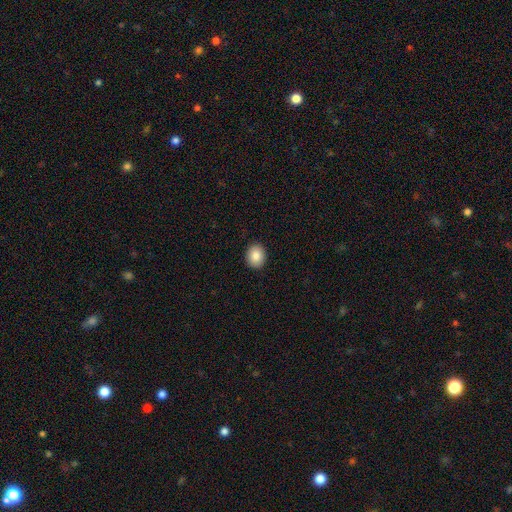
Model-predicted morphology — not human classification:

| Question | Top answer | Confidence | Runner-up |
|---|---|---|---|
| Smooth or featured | smooth | 87% | star or artifact (8%) |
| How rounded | round | 59% | in between (40%) |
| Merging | none | 91% | minor disturbance (6%) |